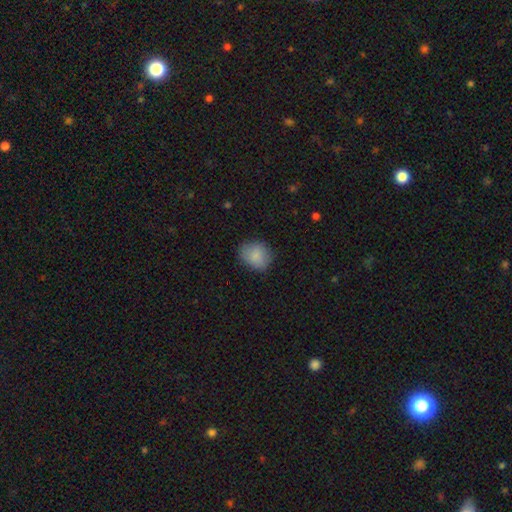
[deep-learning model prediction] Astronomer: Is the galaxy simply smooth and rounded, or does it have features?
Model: smooth — 85%.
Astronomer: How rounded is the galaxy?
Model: round — 60% (runner-up: in between, 39%).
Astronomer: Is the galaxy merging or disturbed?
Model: none — 77%.